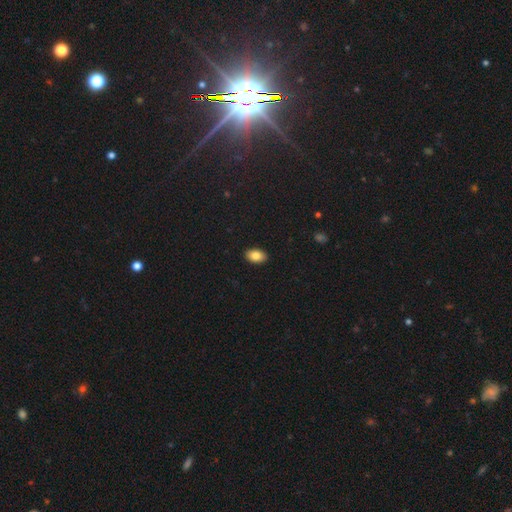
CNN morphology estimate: Smooth or featured? smooth (84%)
How rounded? in between (90%)
Merging? none (91%)